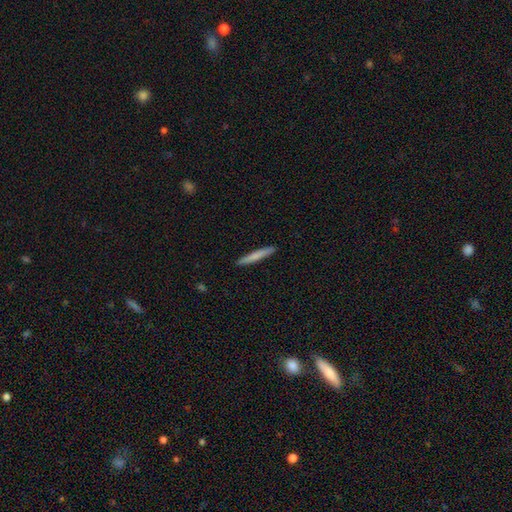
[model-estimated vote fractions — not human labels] The model was most divided on "smooth or featured": smooth: 73%, featured or disk: 21%, star or artifact: 5%. More confident: how rounded — cigar-shaped (96%); merging — none (92%).